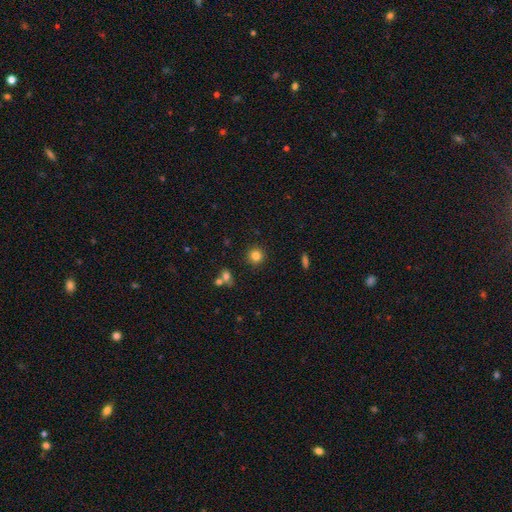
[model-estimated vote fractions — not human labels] Smooth or featured: smooth — 82% (star or artifact — 11%)
How rounded: round — 93% (in between — 6%)
Merging: none — 89% (minor disturbance — 6%)